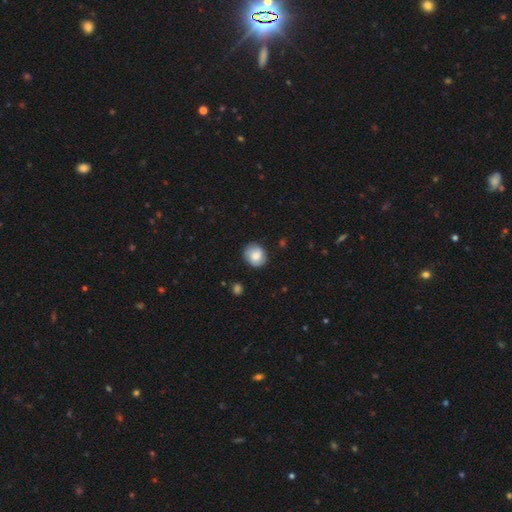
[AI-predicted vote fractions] Overall: smooth (68%). How rounded: round (74%). Merging: none (82%).